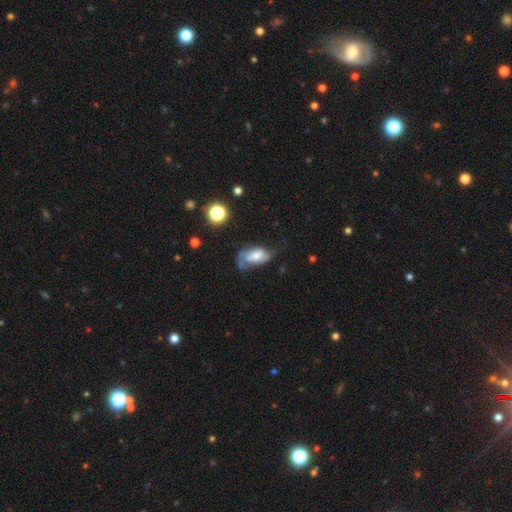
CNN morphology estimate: A featured or disk galaxy (45%, tied with smooth).

Vote fractions:
- Smooth or featured? featured or disk: 45% (tied) / smooth: 45% (tied) / star or artifact: 9%
- Merging? none: 37% / minor disturbance: 30% / major disturbance: 29% / merger: 5%